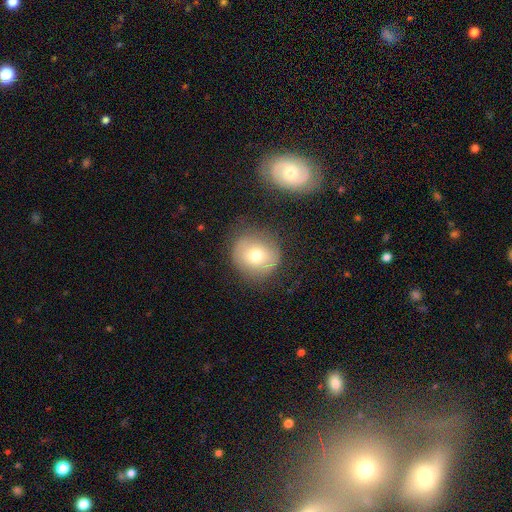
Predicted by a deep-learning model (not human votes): Smooth or featured? smooth (67%)
How rounded? round (88%)
Merging? none (77%)